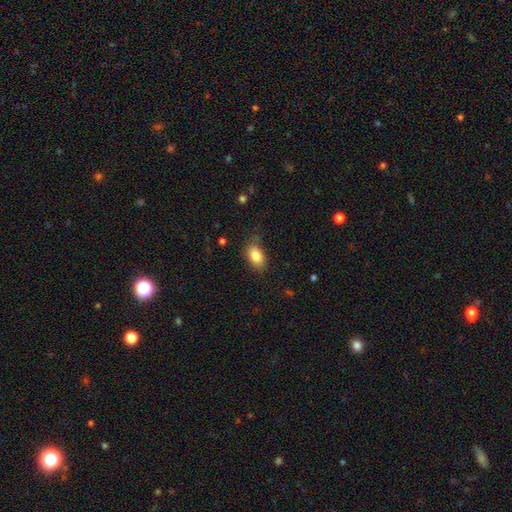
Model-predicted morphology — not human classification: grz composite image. It shows a smooth galaxy with no disk features (83%) that is in between round and cigar-shaped (88%). Merging: none (77%).